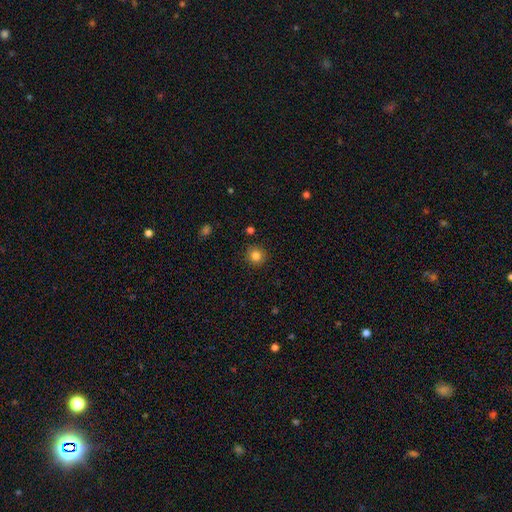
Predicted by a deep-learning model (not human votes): The model was most divided on "smooth or featured": smooth: 83%, star or artifact: 11%, featured or disk: 5%. More confident: how rounded — round (93%); merging — none (91%).